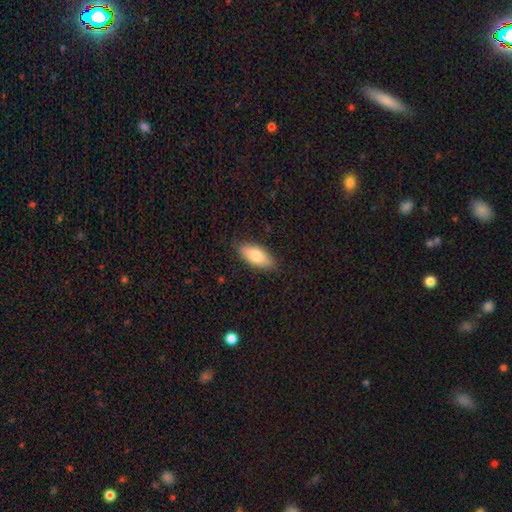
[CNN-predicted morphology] smooth 76%, featured or disk 18%, star or artifact 6%. Down the decision tree: how rounded — in between (80%); merging — none (86%).